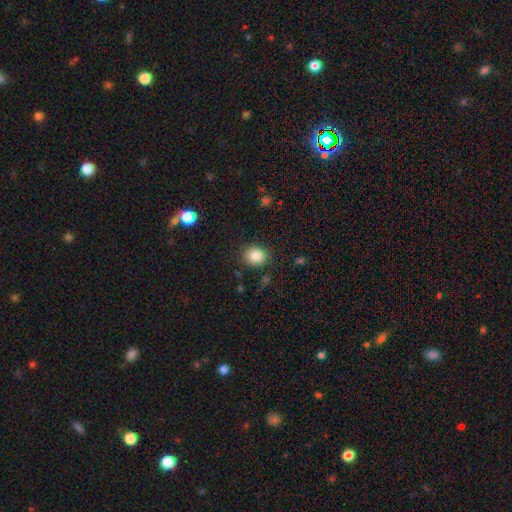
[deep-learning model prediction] Overall: smooth (86%). How rounded: round (73%). Merging: none (85%).